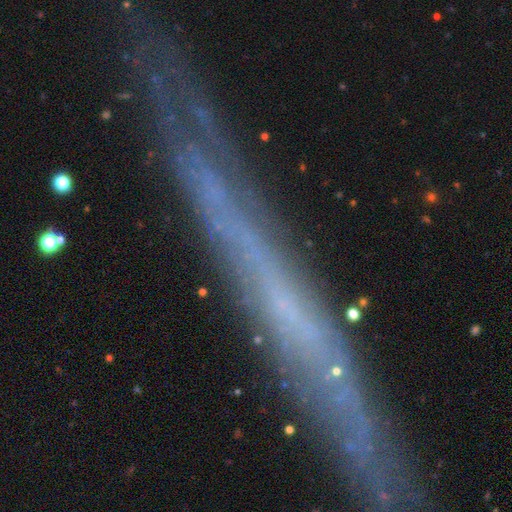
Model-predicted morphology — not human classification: This appears to be a featured or disk galaxy (52%) viewed edge-on (80%). Merging: none (79%).